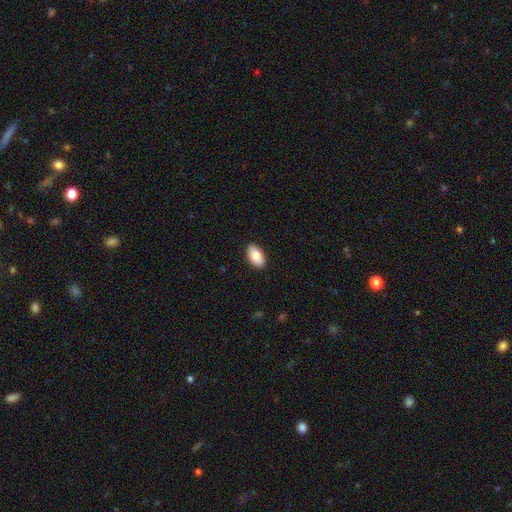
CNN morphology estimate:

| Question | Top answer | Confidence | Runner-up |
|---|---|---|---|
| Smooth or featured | smooth | 85% | featured or disk (9%) |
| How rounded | in between | 95% | round (3%) |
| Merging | none | 90% | minor disturbance (8%) |